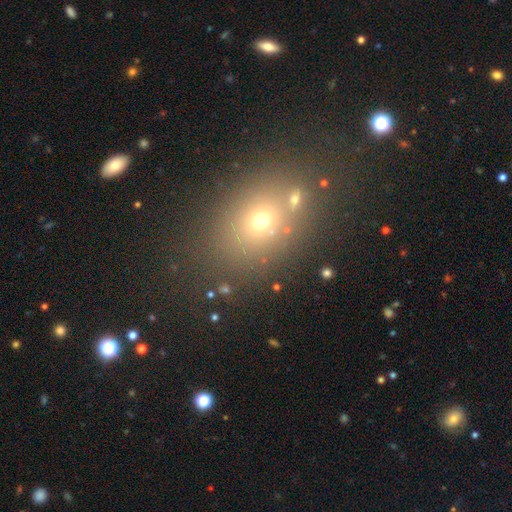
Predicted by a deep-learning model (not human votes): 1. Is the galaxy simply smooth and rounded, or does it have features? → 56% smooth, 32% star or artifact, 12% featured or disk.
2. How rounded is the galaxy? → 53% in between, 45% round, 2% cigar-shaped.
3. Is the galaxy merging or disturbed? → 78% none, 9% minor disturbance, 9% merger, 4% major disturbance.